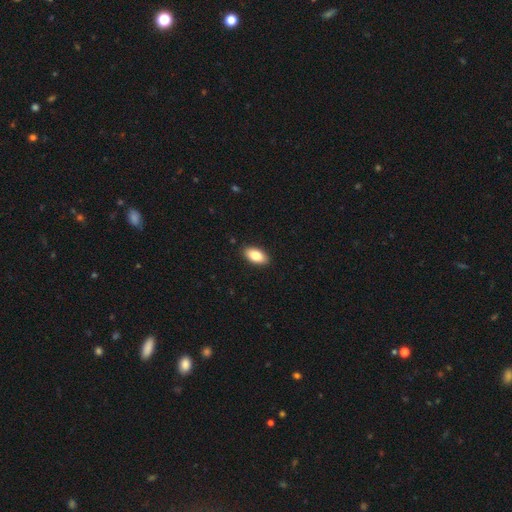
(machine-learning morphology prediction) The model was most divided on "smooth or featured": smooth: 83%, featured or disk: 11%, star or artifact: 7%. More confident: how rounded — in between (93%); merging — none (90%).